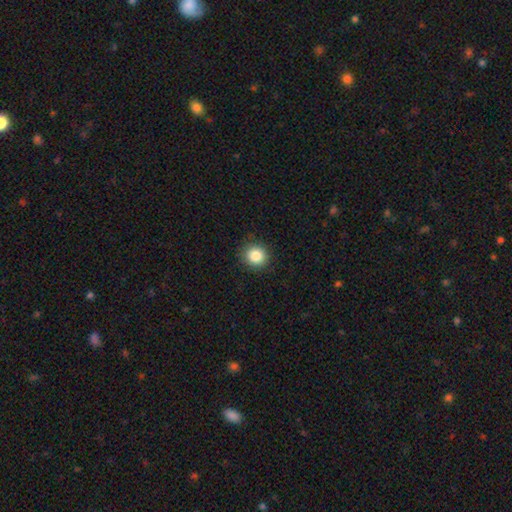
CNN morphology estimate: smooth 85%, star or artifact 10%, featured or disk 5%. Down the decision tree: how rounded — round (89%); merging — none (90%).